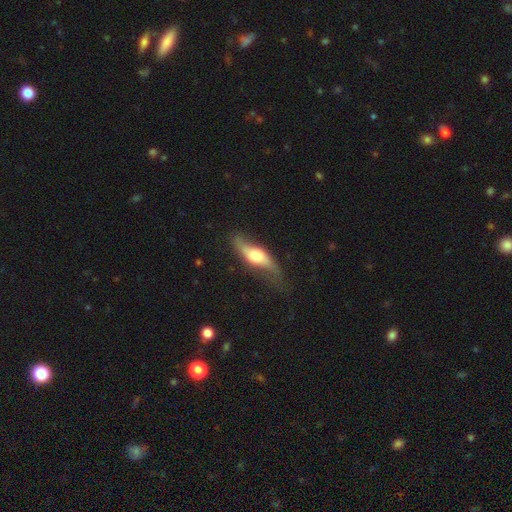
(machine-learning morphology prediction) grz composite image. It shows a featured or disk galaxy (63%) viewed edge-on (50%, tied with no). Merging: none (59%).